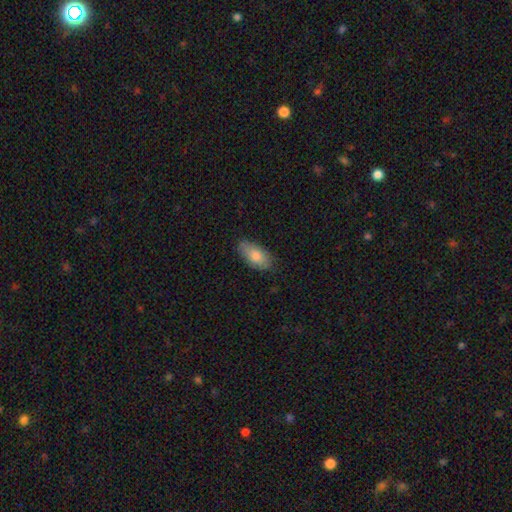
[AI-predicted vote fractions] smooth 79%, featured or disk 15%, star or artifact 6%. Down the decision tree: how rounded — in between (90%); merging — none (80%).